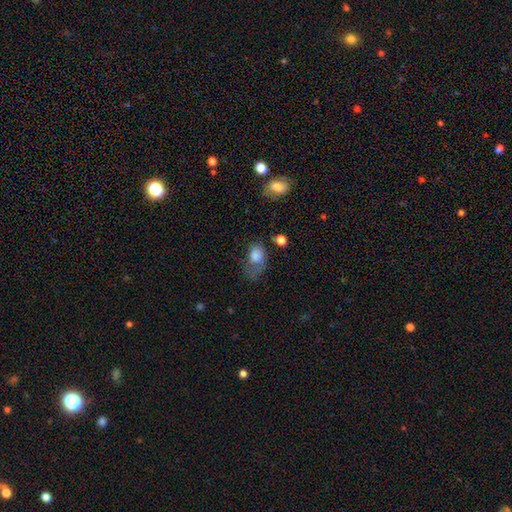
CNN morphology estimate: This is likely a smooth galaxy (72%). How rounded: likely in between (78%). Merging: marginally major disturbance (39%).